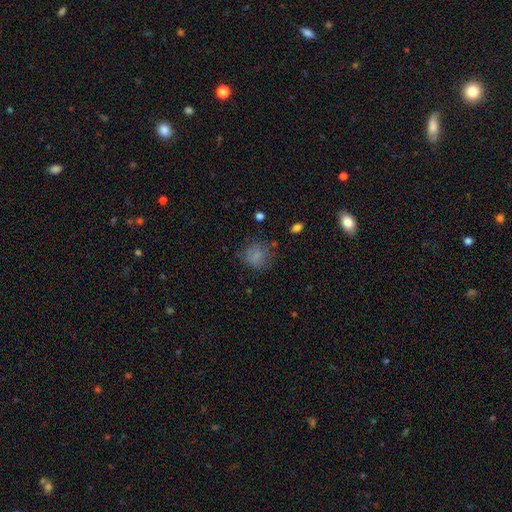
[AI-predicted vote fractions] This is likely a smooth galaxy (75%). How rounded: likely round (76%). Merging: likely none (67%).